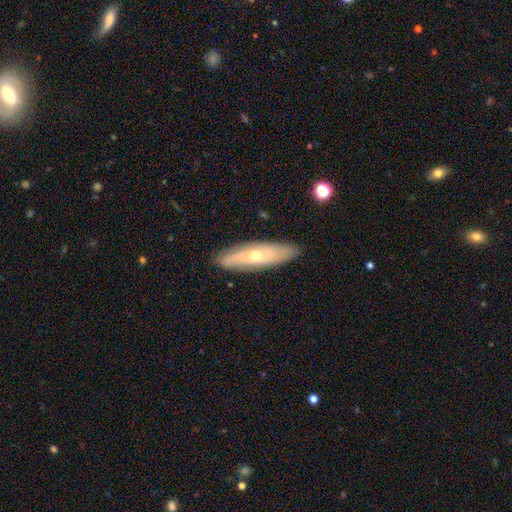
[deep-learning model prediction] This is possibly a featured or disk galaxy (54%). It is possibly not viewed edge-on (57%). Merging: clearly none (86%).